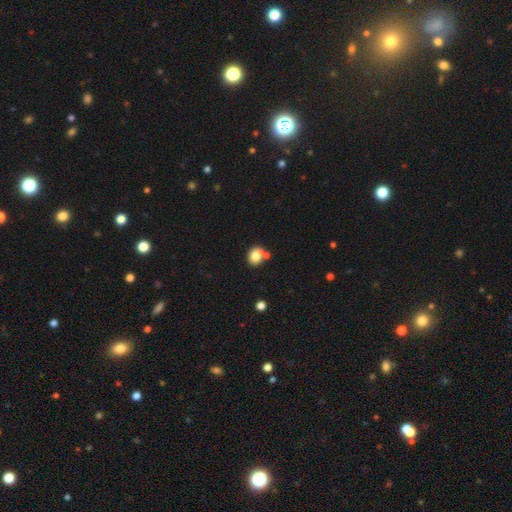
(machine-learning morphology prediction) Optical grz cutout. It shows a smooth galaxy with no disk features (79%) that is round (69%). Merging: none (61%).